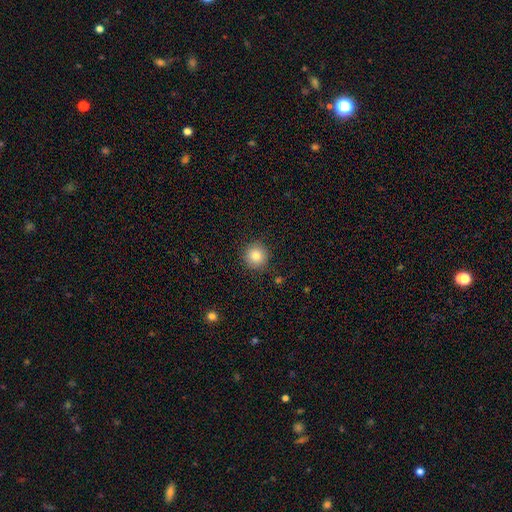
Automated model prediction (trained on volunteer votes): This appears to be a smooth galaxy with no disk features (84%) that is round (94%). Merging: none (89%).